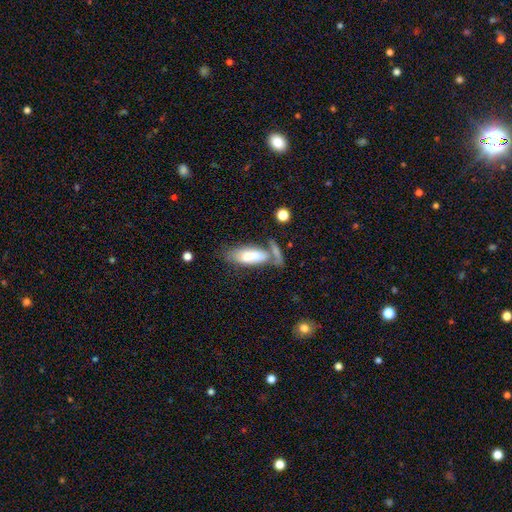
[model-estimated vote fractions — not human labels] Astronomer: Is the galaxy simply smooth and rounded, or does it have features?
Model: smooth — 70%.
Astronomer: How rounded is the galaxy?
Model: in between — 74%.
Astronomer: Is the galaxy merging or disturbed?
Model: merger — 36% (runner-up: none, 33%).